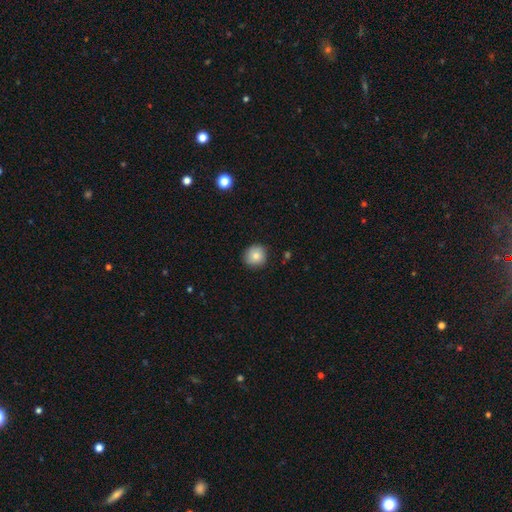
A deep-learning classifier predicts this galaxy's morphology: This appears to be a smooth galaxy with no disk features (82%) that is round (90%). Merging: none (85%).